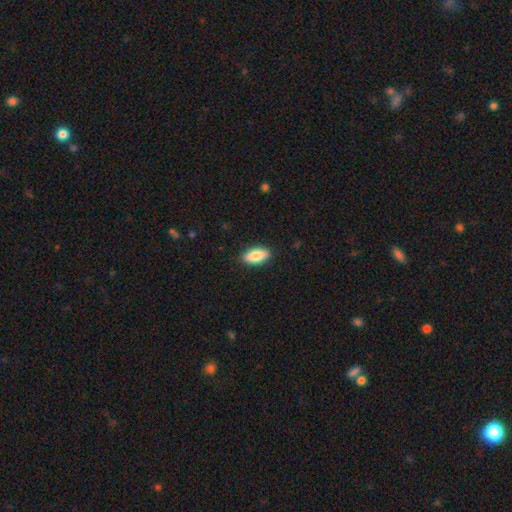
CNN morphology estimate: smooth_or_featured: smooth (p=0.83) [alt: featured or disk p=0.11]
how_rounded: in between (p=0.88) [alt: cigar-shaped p=0.09]
merging: none (p=0.87) [alt: minor disturbance p=0.10]